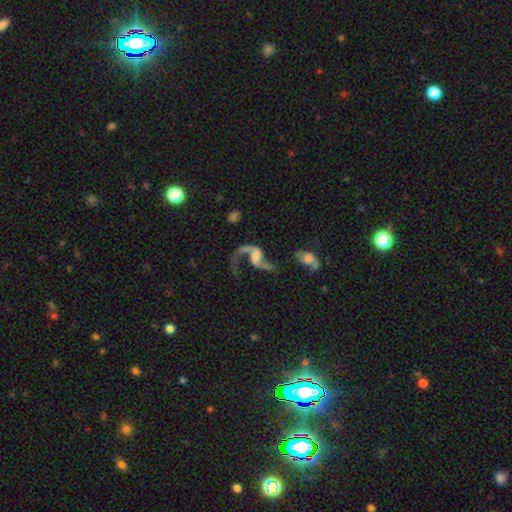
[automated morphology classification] smooth-or-featured: featured or disk: 84% | smooth: 9% | star or artifact: 7%
  disk-edge-on: no: 97% | yes: 3%
    bar: weak: 41% | no: 40% | strong: 19%
    has-spiral-arms: yes: 93% | no: 7%
      spiral-winding: loose: 83% | medium: 14% | tight: 3%
      spiral-arm-count: 2: 79% | 1: 16% | can't tell: 2% | 3: 1% | 4: 1% | more than 4: 1%
    bulge-size: none: 30% | moderate: 28% | small: 25% | large: 14% | dominant: 3%
  merging: none: 39% | major disturbance: 30% | merger: 16% | minor disturbance: 14%